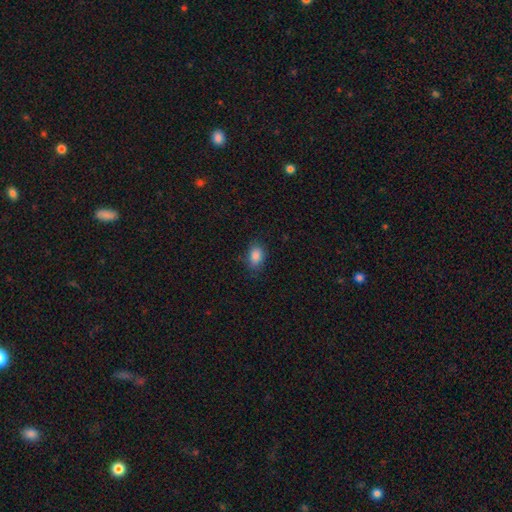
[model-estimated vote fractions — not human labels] Smooth or featured: smooth — 87% (star or artifact — 9%)
How rounded: in between — 84% (round — 14%)
Merging: none — 81% (minor disturbance — 14%)